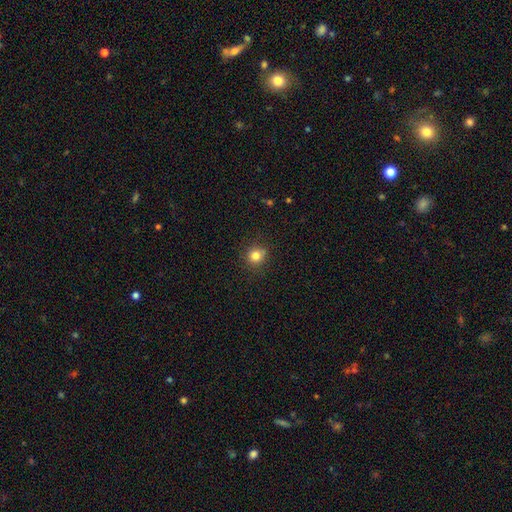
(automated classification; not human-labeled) smooth_or_featured: smooth (p=0.82) [alt: star or artifact p=0.12]
how_rounded: round (p=0.88) [alt: in between p=0.11]
merging: none (p=0.85) [alt: minor disturbance p=0.10]